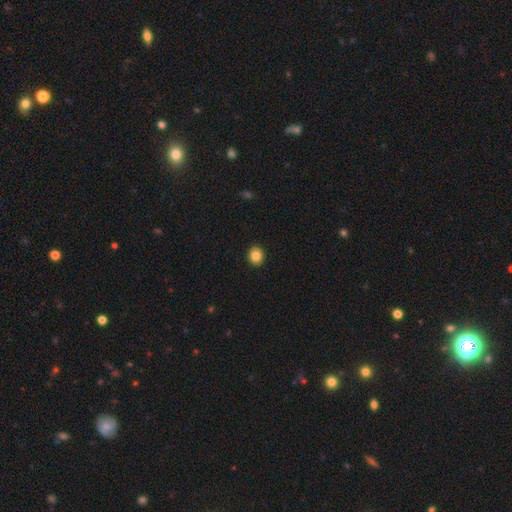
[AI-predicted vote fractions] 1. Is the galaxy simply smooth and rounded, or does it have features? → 85% smooth, 10% star or artifact, 6% featured or disk.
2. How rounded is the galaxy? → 71% round, 28% in between, 1% cigar-shaped.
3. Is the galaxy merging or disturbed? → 92% none, 5% minor disturbance, 2% major disturbance, 1% merger.